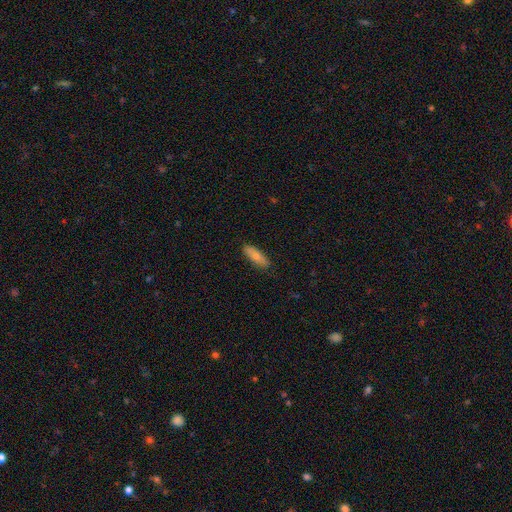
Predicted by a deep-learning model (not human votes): Smooth or featured? smooth (76%)
How rounded? in between (58%)
Merging? none (83%)